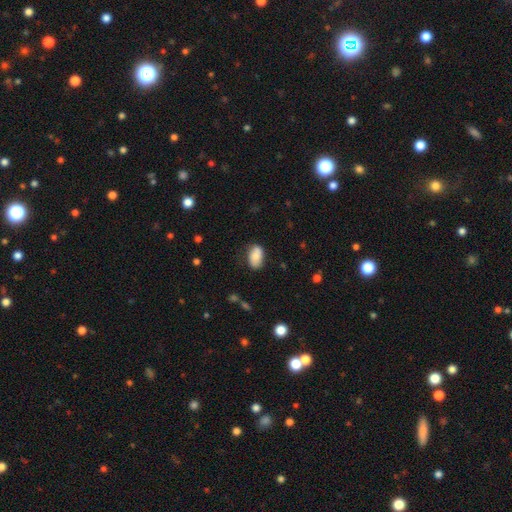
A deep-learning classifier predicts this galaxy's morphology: Overall: smooth (78%). How rounded: in between (92%). Merging: none (73%).